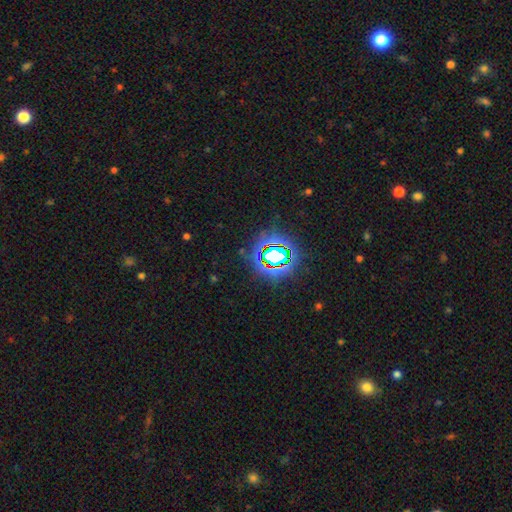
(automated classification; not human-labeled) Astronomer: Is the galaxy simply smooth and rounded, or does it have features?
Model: star or artifact — 80%.